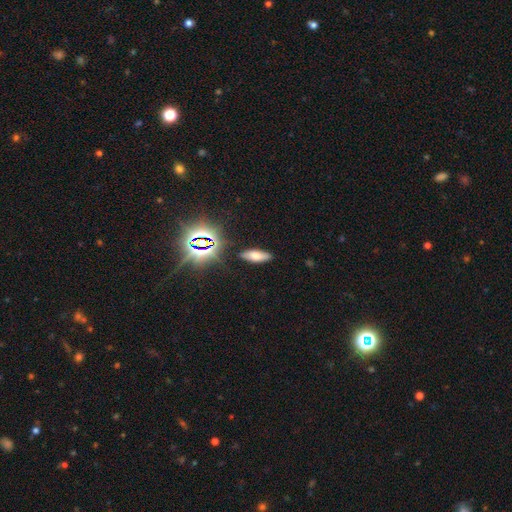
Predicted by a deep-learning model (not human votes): Q: Smooth or featured?
A: smooth (64%); runner-up: star or artifact (19%)
Q: How rounded?
A: in between (67%); runner-up: cigar-shaped (29%)
Q: Merging?
A: none (86%); runner-up: minor disturbance (9%)